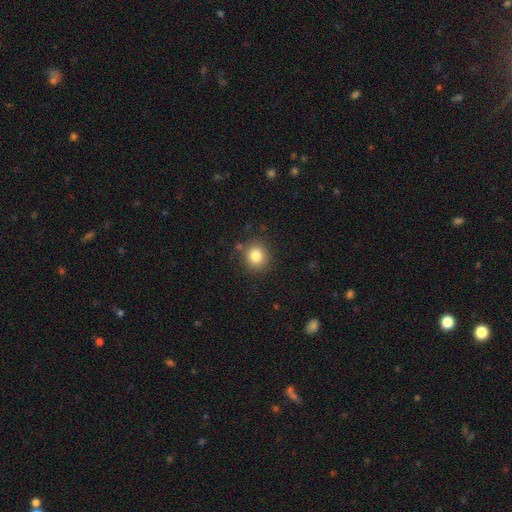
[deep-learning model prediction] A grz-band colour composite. It shows a smooth galaxy with no disk features (82%) that is round (82%). Merging: none (85%).